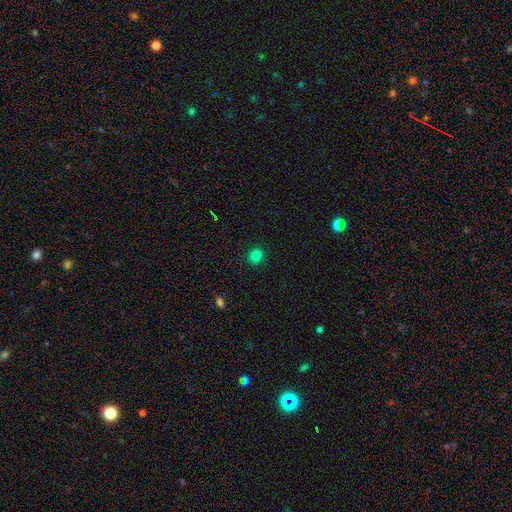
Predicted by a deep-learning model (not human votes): This appears to be a smooth galaxy with no disk features (82%) that is round (85%). Merging: none (91%).